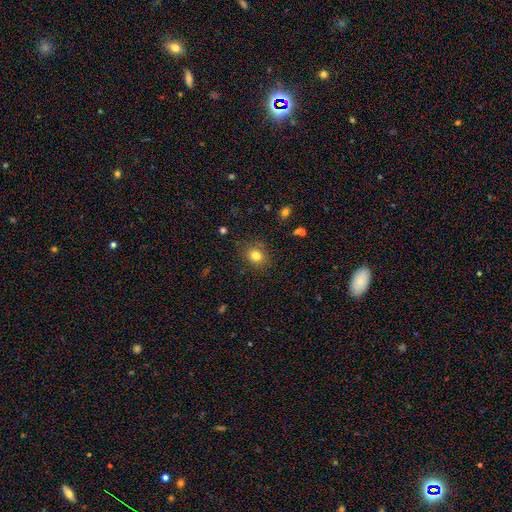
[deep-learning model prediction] Overall: smooth (80%). How rounded: round (63%; in between 36%). Merging: none (82%).